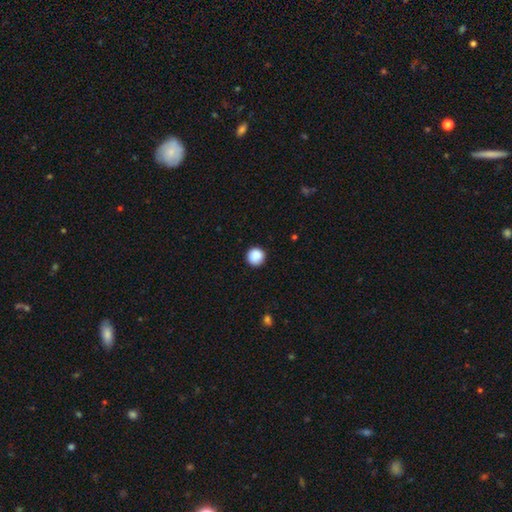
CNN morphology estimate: Smooth or featured?
  - smooth: 89% *
  - star or artifact: 9%
  - featured or disk: 3%
How rounded?
  - round: 95% *
  - in between: 4%
  - cigar-shaped: 1%
Merging?
  - none: 91% *
  - minor disturbance: 6%
  - major disturbance: 2%
  - merger: 1%